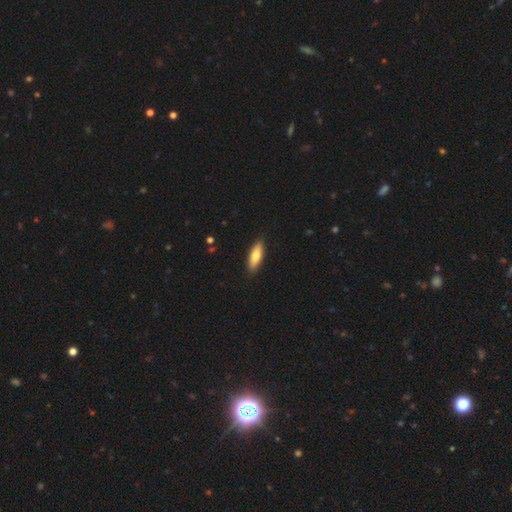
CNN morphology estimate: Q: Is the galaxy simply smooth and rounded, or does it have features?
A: smooth — 75%.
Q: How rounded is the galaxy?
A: in between — 56%.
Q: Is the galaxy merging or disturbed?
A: none — 89%.